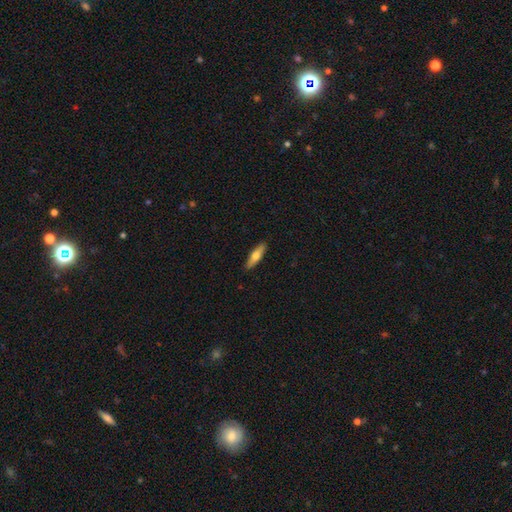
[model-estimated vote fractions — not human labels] The model was most divided on "smooth or featured": smooth: 60%, featured or disk: 34%, star or artifact: 6%. More confident: merging — none (90%); how rounded — cigar-shaped (64%).